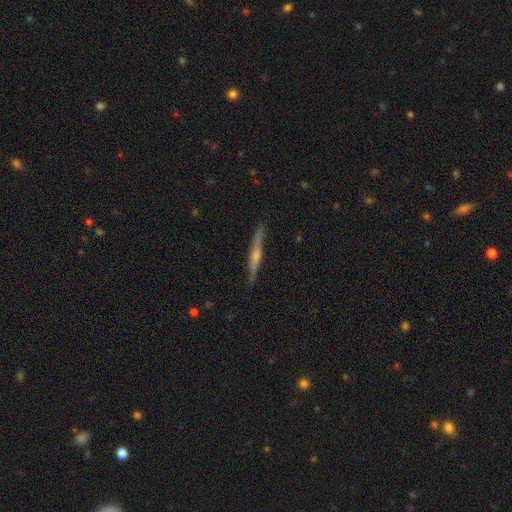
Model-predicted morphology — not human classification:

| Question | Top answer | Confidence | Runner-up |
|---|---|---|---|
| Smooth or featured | featured or disk | 73% | smooth (21%) |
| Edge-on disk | yes | 98% | no (2%) |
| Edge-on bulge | rounded | 77% | none (14%) |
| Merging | none | 88% | minor disturbance (9%) |